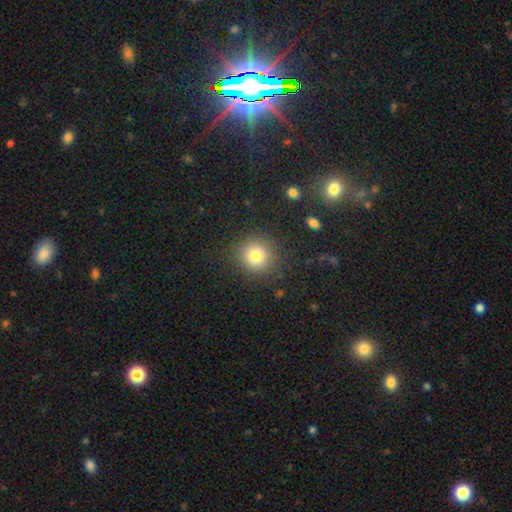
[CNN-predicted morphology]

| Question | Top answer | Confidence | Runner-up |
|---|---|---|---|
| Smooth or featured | smooth | 79% | star or artifact (13%) |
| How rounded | round | 92% | in between (7%) |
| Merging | none | 88% | minor disturbance (7%) |